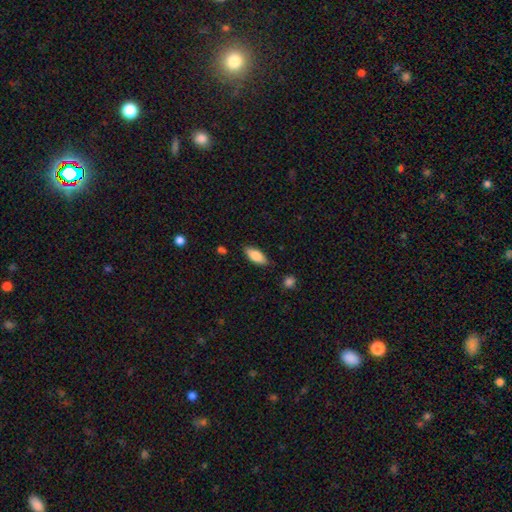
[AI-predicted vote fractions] Smooth or featured? smooth (84%)
How rounded? in between (84%)
Merging? none (82%)